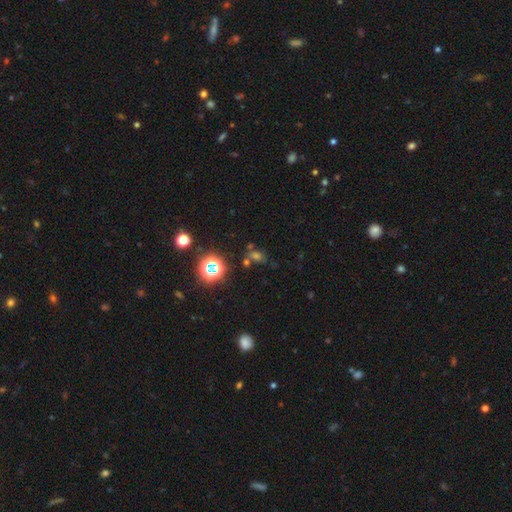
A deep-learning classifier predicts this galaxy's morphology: smooth_or_featured: star or artifact (p=0.54) [alt: smooth p=0.34]